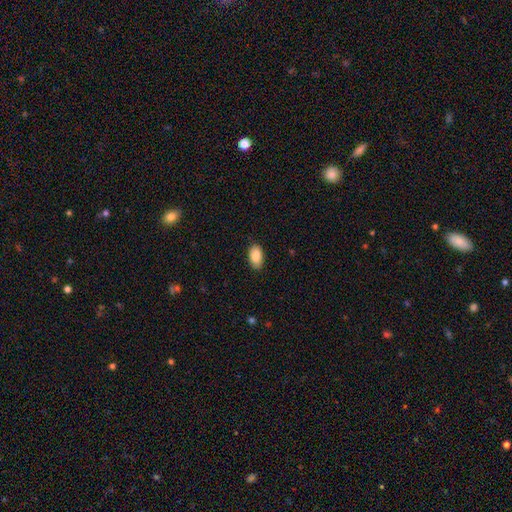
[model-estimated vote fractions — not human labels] This is clearly a smooth galaxy (89%). How rounded: clearly in between (93%). Merging: clearly none (85%).